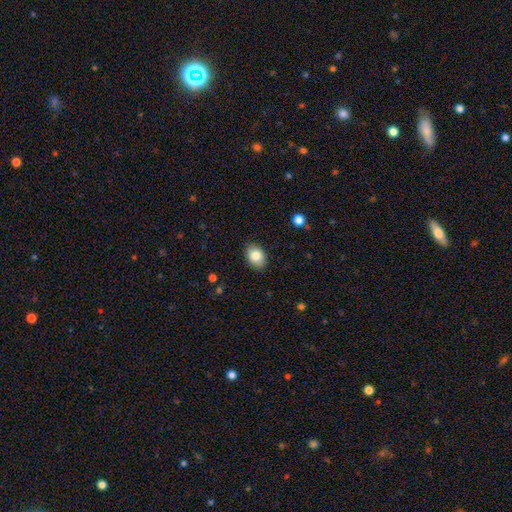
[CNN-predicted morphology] smooth 84%, featured or disk 8%, star or artifact 8%. Down the decision tree: how rounded — in between (78%); merging — none (86%).